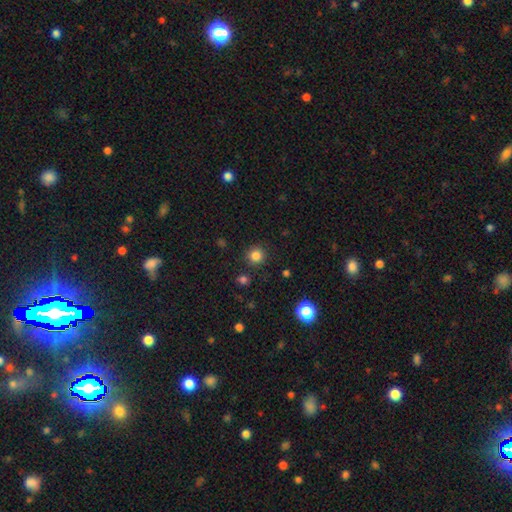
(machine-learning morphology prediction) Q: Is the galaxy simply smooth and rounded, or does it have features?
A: smooth — 83%.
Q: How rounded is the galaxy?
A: round — 94%.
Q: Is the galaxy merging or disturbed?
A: none — 90%.